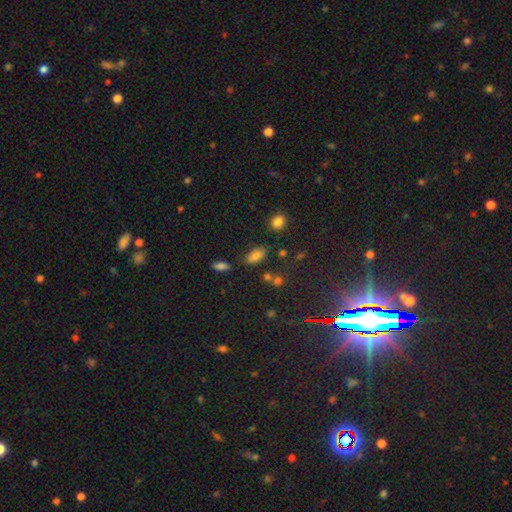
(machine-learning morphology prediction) type=smooth (78%); roundness=in between (88%); merging=none (75%).